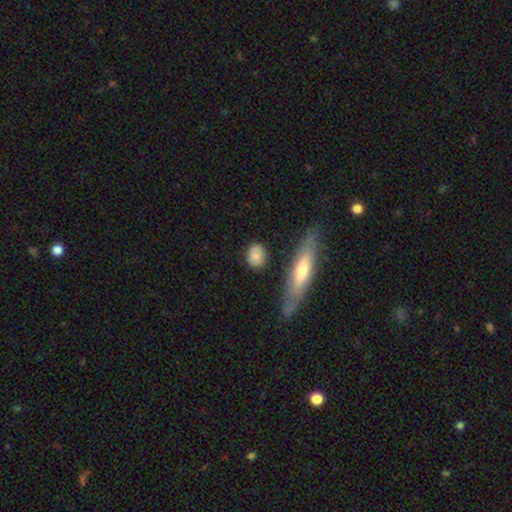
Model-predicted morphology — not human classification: smooth 81%, featured or disk 12%, star or artifact 7%. Down the decision tree: how rounded — round (55%); merging — none (81%).